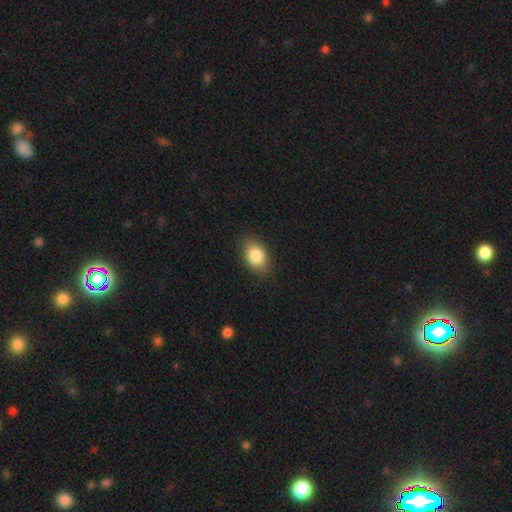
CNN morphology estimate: This appears to be a smooth galaxy with no disk features (85%) that is in between round and cigar-shaped (81%). Merging: none (85%).